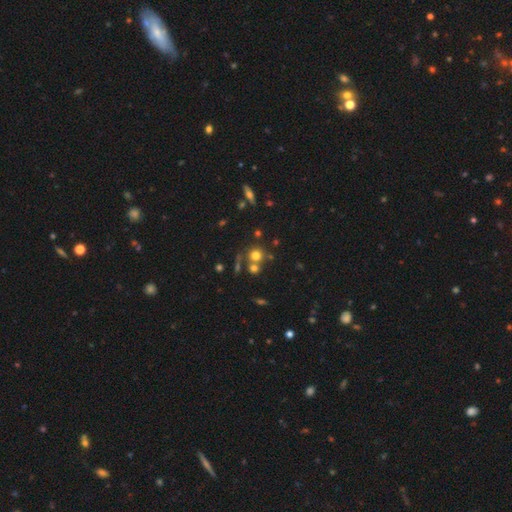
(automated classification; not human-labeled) This appears to be a smooth galaxy with no disk features (69%) that is round (90%). Merging: none (63%).